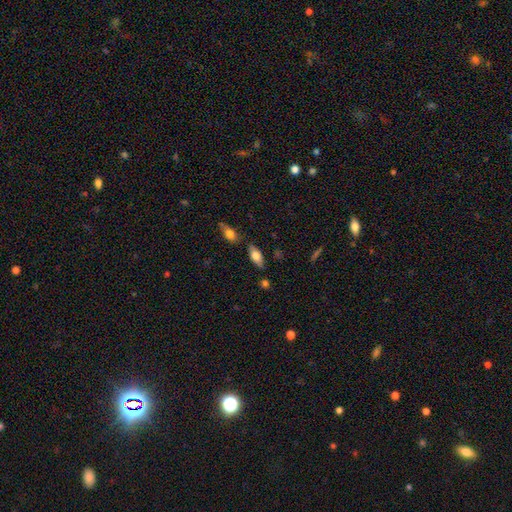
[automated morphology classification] A smooth galaxy with no disk features (73%) that is in between round and cigar-shaped (85%). Merging: none (77%).